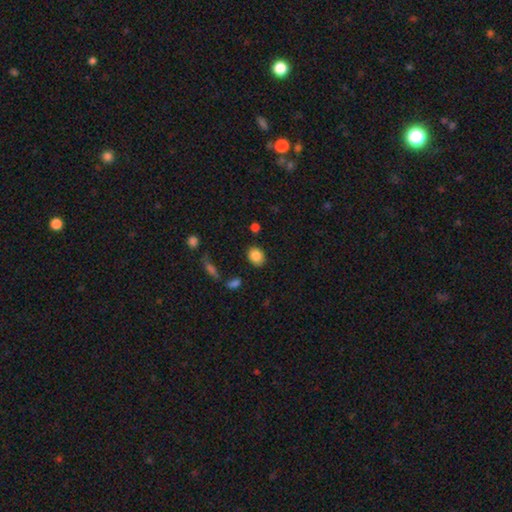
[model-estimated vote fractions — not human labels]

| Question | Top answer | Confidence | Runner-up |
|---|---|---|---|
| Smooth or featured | smooth | 85% | star or artifact (9%) |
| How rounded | in between | 52% | round (47%) |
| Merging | none | 85% | minor disturbance (10%) |